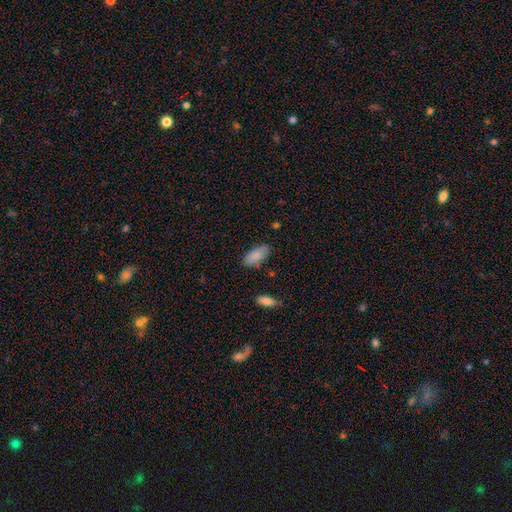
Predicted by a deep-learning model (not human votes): Smooth or featured?
  - smooth: 87% *
  - featured or disk: 7%
  - star or artifact: 7%
How rounded?
  - in between: 89% *
  - cigar-shaped: 9%
  - round: 2%
Merging?
  - none: 80% *
  - minor disturbance: 14%
  - major disturbance: 3%
  - merger: 3%